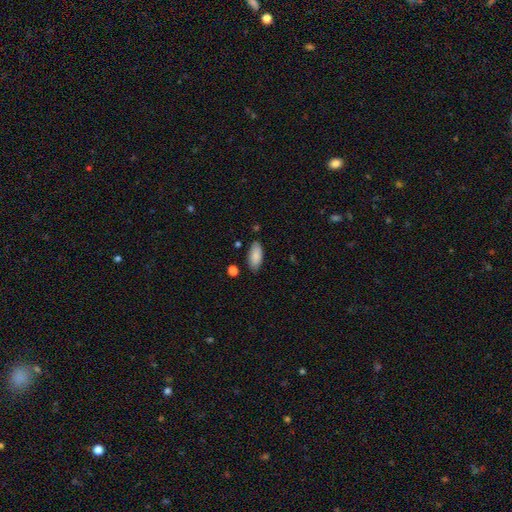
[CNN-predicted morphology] Smooth or featured?
  - smooth: 87% *
  - featured or disk: 6%
  - star or artifact: 6%
How rounded?
  - in between: 90% *
  - cigar-shaped: 8%
  - round: 2%
Merging?
  - none: 82% *
  - minor disturbance: 13%
  - major disturbance: 3%
  - merger: 2%